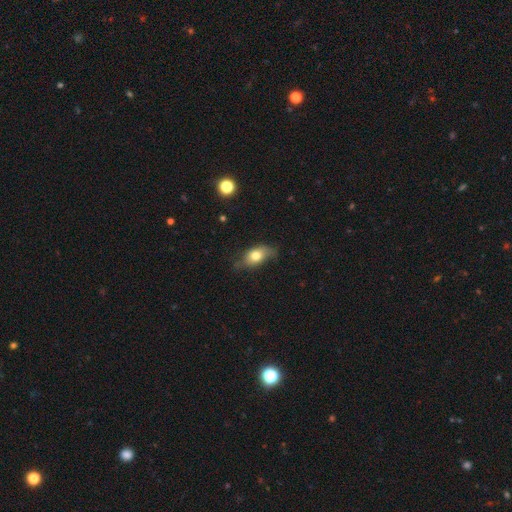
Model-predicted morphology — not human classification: This appears to be a smooth galaxy with no disk features (71%) that is in between round and cigar-shaped (83%). Merging: none (55%).